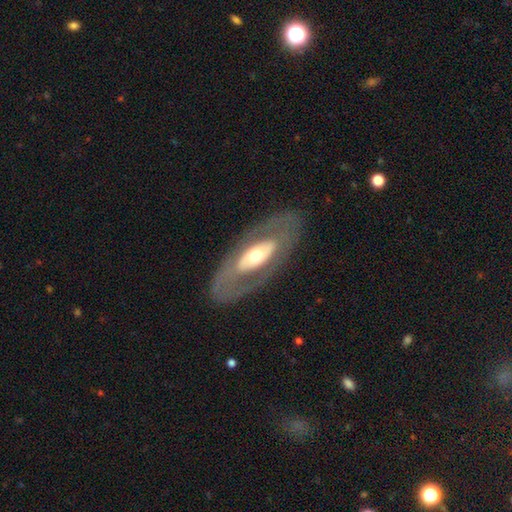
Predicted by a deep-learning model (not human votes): This is likely a featured or disk galaxy (65%). It is clearly not viewed edge-on (83%). Bar: likely no (68%). Spiral arm pattern: likely no (72%). Central bulge: likely moderate (61%). Merging: likely none (78%).